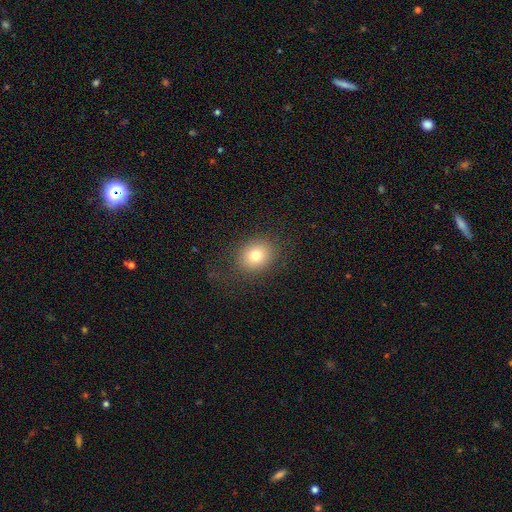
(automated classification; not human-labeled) A smooth galaxy with no disk features (76%) that is round (65%). Merging: none (83%).